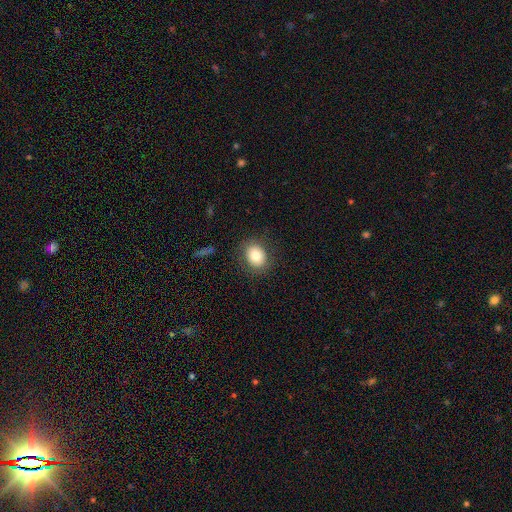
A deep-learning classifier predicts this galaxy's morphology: Overall: smooth (79%). How rounded: round (59%; in between 40%). Merging: none (85%).